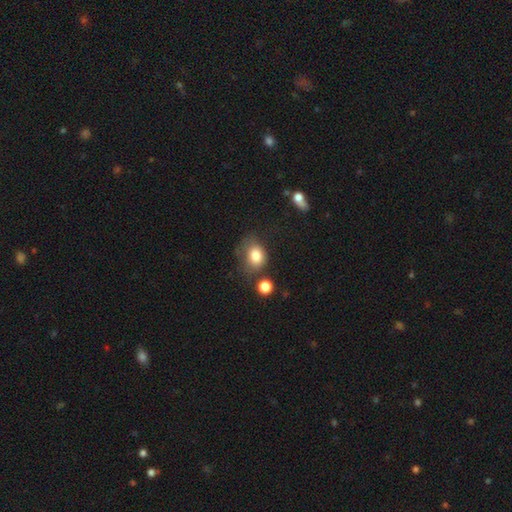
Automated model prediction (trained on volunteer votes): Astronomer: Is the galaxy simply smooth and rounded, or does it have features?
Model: smooth — 81%.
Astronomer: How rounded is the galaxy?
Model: in between — 56% (runner-up: round, 43%).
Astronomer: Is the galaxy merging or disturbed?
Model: none — 44% (runner-up: minor disturbance, 30%).